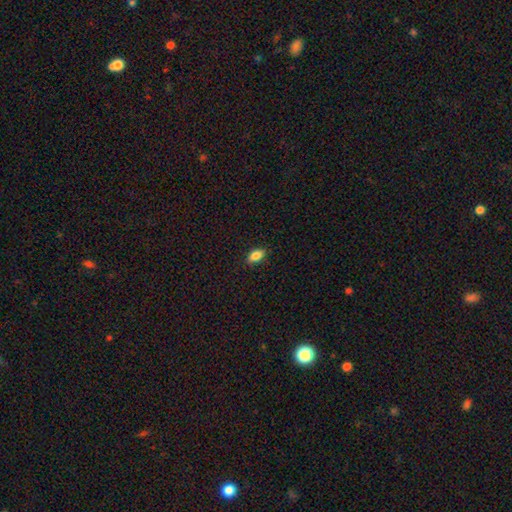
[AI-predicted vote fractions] Smooth or featured? Predicted: smooth (p=0.85). How rounded? Predicted: in between (p=0.89). Merging? Predicted: none (p=0.85).